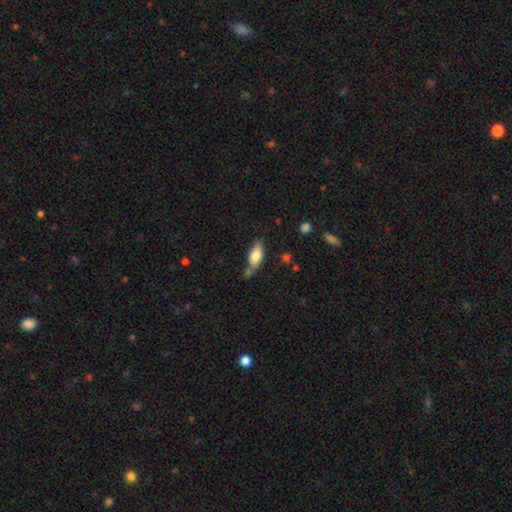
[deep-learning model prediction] Overall: smooth (74%). How rounded: in between (79%). Merging: none (59%; minor disturbance 24%).